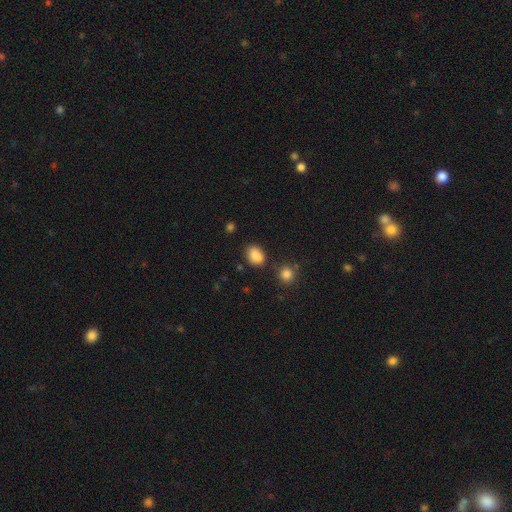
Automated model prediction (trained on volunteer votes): Smooth or featured: smooth — 85% (star or artifact — 10%)
How rounded: in between — 72% (round — 26%)
Merging: none — 70% (minor disturbance — 18%)